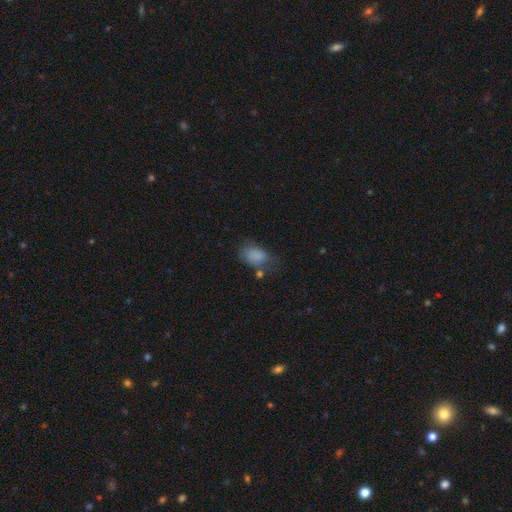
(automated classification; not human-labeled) Smooth or featured: smooth — 81% (featured or disk — 10%)
How rounded: in between — 85% (round — 14%)
Merging: none — 45% (minor disturbance — 29%)